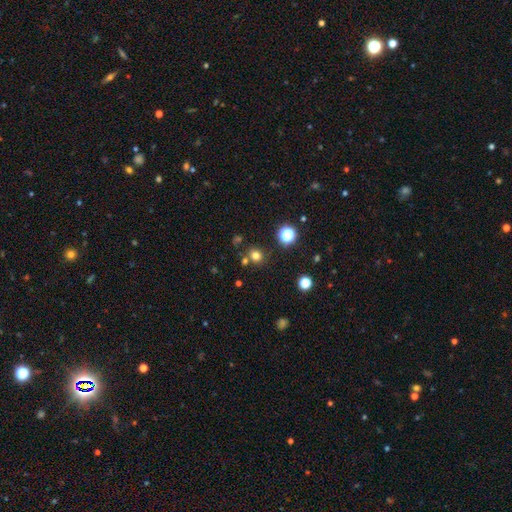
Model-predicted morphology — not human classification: A smooth galaxy with no disk features (75%) that is round (84%).

Vote fractions:
- Smooth or featured? smooth: 75% / star or artifact: 19% / featured or disk: 6%
- How rounded? round: 84% / in between: 15% / cigar-shaped: 1%
- Merging? none: 78% / merger: 10% / minor disturbance: 8% / major disturbance: 3%